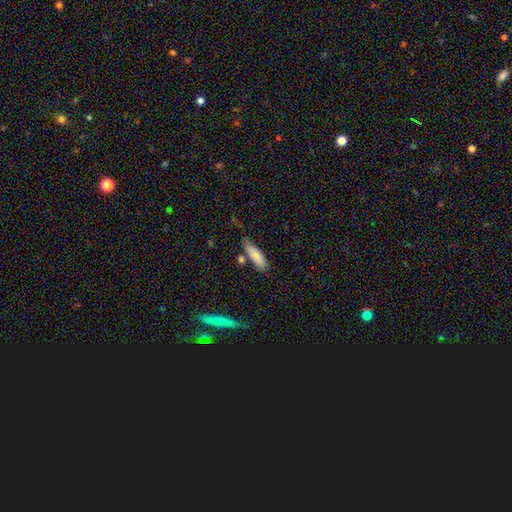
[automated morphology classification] Overall: smooth (79%). How rounded: cigar-shaped (53%; in between 46%). Merging: none (68%).